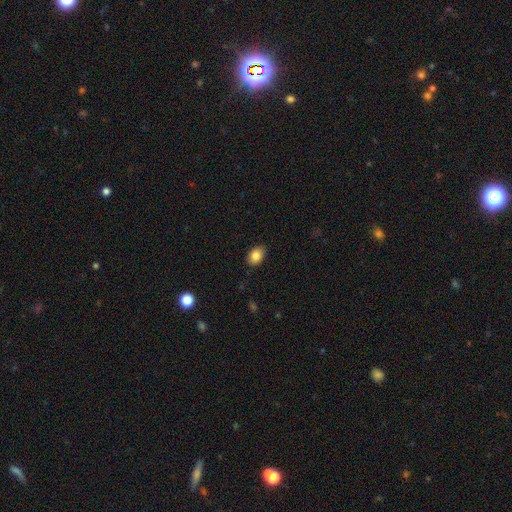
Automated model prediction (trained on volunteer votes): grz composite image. It shows a smooth galaxy with no disk features (85%) that is in between round and cigar-shaped (82%). Merging: none (86%).